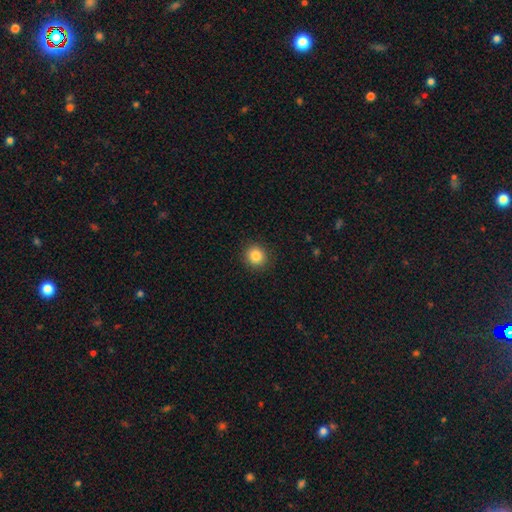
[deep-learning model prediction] Overall: smooth (85%). How rounded: round (90%). Merging: none (91%).